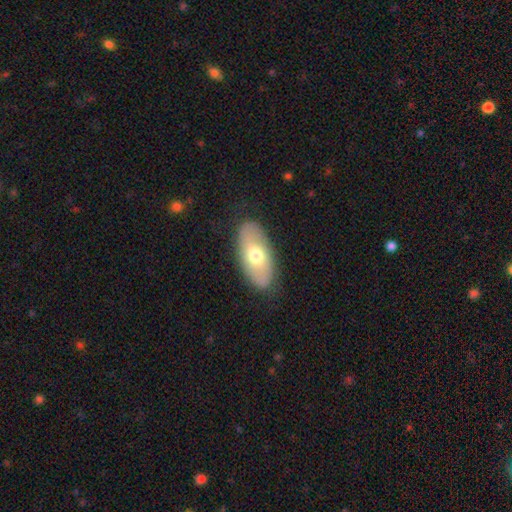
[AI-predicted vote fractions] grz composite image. It shows a smooth galaxy with no disk features (61%) that is in between round and cigar-shaped (92%). Merging: none (82%).